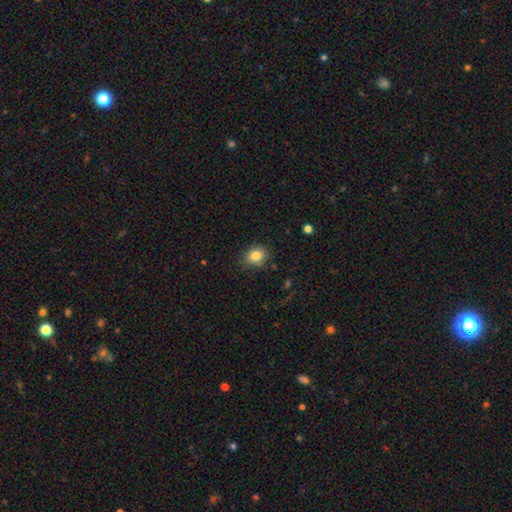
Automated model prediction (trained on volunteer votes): This is clearly a smooth galaxy (82%). How rounded: possibly round (50%). Merging: likely none (80%).